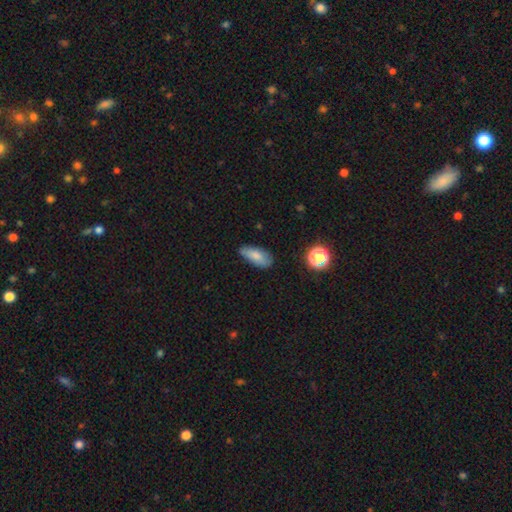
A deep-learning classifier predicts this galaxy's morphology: Smooth or featured: smooth — 80% (featured or disk — 12%)
How rounded: in between — 83% (cigar-shaped — 14%)
Merging: none — 71% (minor disturbance — 23%)